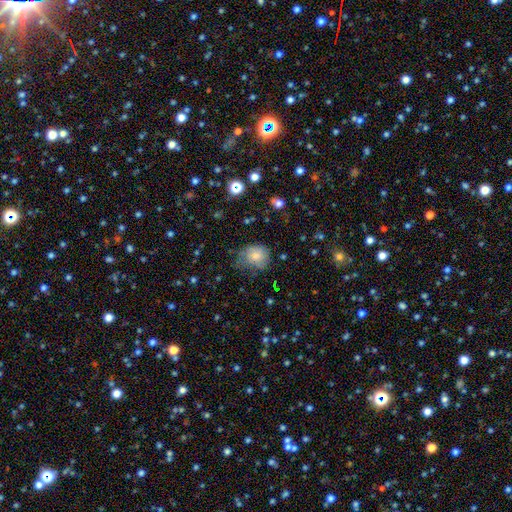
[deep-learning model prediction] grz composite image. It shows a smooth galaxy with no disk features (74%) that is round (66%). Merging: none (40%).